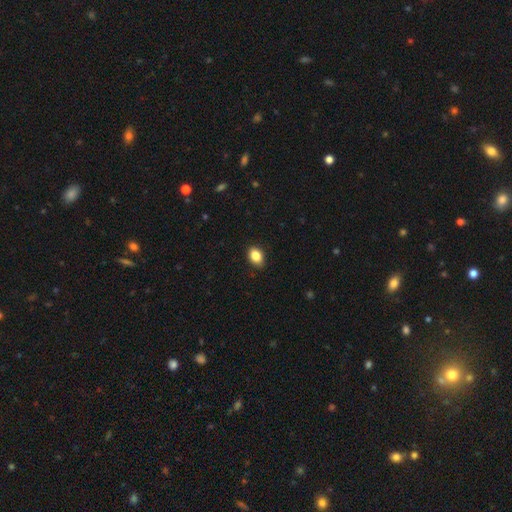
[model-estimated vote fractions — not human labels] Smooth or featured? smooth (86%)
How rounded? in between (79%)
Merging? none (87%)